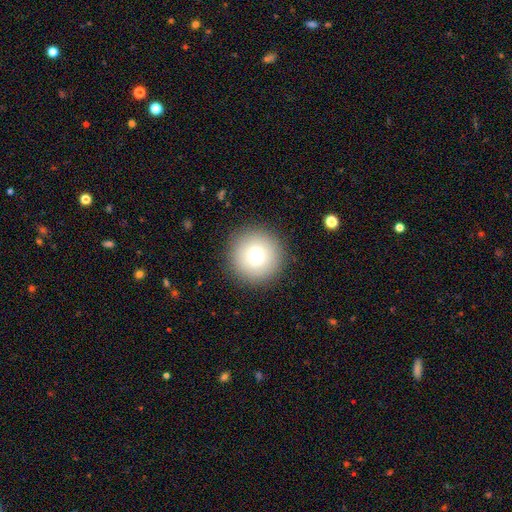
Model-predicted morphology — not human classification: smooth_or_featured: smooth (p=0.74) [alt: featured or disk p=0.15]
how_rounded: round (p=0.96) [alt: in between p=0.03]
merging: none (p=0.90) [alt: minor disturbance p=0.06]